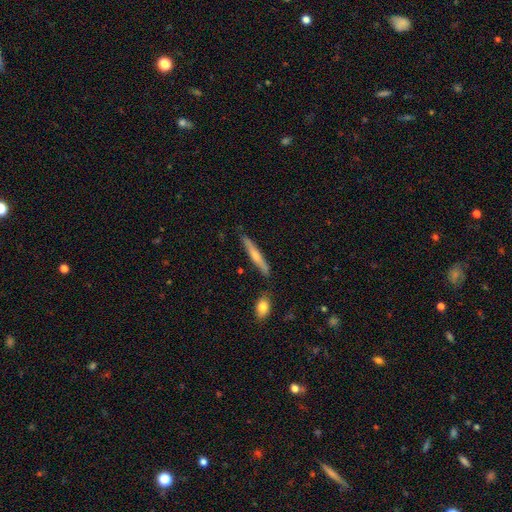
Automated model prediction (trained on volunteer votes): This appears to be a smooth galaxy with no disk features (53%) that is cigar-shaped (92%). Merging: none (82%).